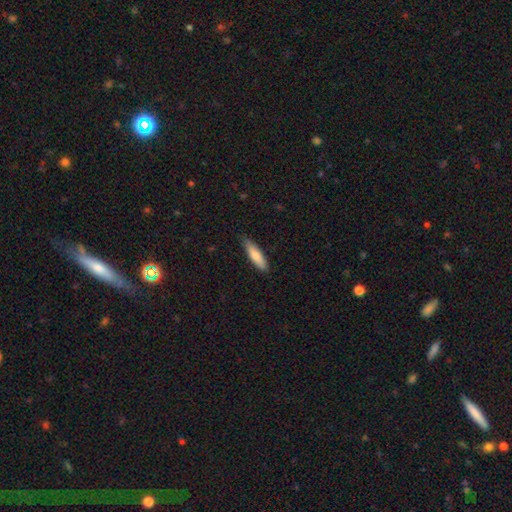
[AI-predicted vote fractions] smooth-or-featured: smooth: 75% | featured or disk: 19% | star or artifact: 6%
  how-rounded: cigar-shaped: 70% | in between: 29% | round: 2%
  merging: none: 83% | minor disturbance: 14% | major disturbance: 2% | merger: 1%